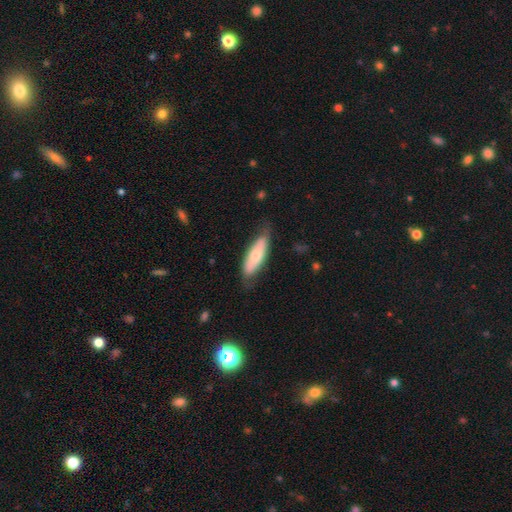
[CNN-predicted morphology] Overall: smooth (62%; featured or disk 33%). How rounded: in between (62%; cigar-shaped 36%). Merging: none (68%).